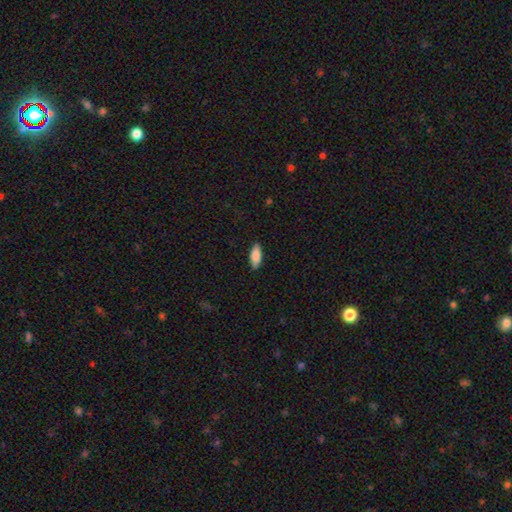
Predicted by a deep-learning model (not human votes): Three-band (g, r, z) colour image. It shows a smooth galaxy with no disk features (85%) that is in between round and cigar-shaped (73%). Merging: none (88%).